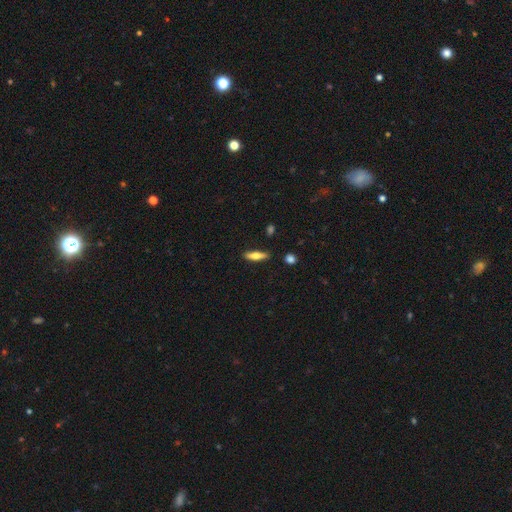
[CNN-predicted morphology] Smooth or featured? smooth (60%)
How rounded? cigar-shaped (66%)
Merging? none (85%)